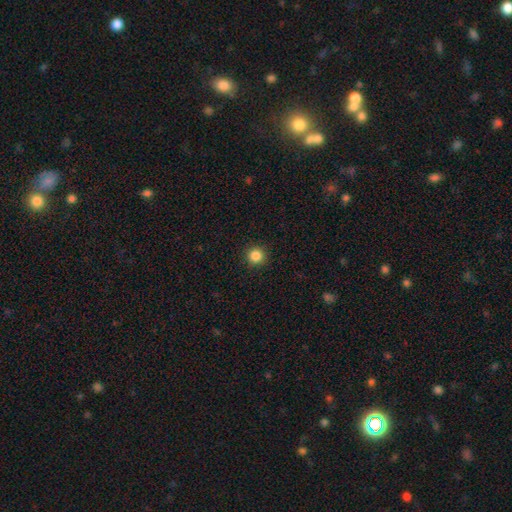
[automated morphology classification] smooth_or_featured: smooth (p=0.85) [alt: star or artifact p=0.11]
how_rounded: round (p=0.95) [alt: in between p=0.04]
merging: none (p=0.92) [alt: minor disturbance p=0.05]